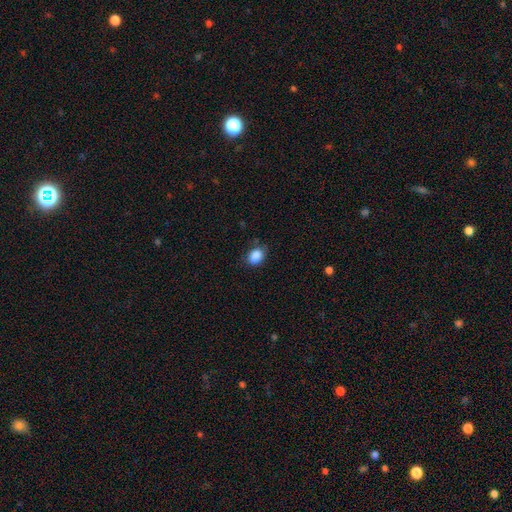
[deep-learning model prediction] This appears to be a smooth galaxy with no disk features (88%) that is in between round and cigar-shaped (66%). Merging: none (78%).